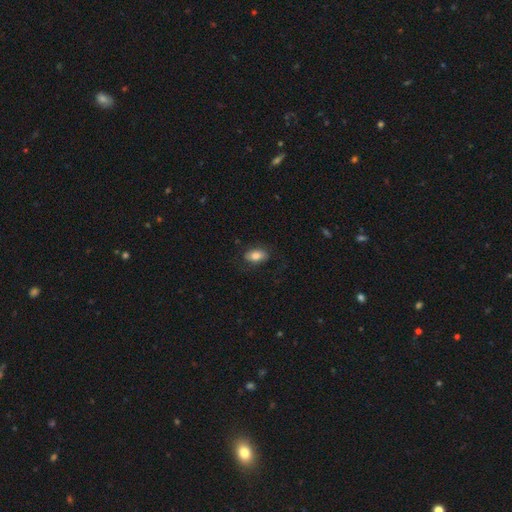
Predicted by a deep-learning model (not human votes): A smooth galaxy with no disk features (79%) that is in between round and cigar-shaped (90%). Merging: none (76%).